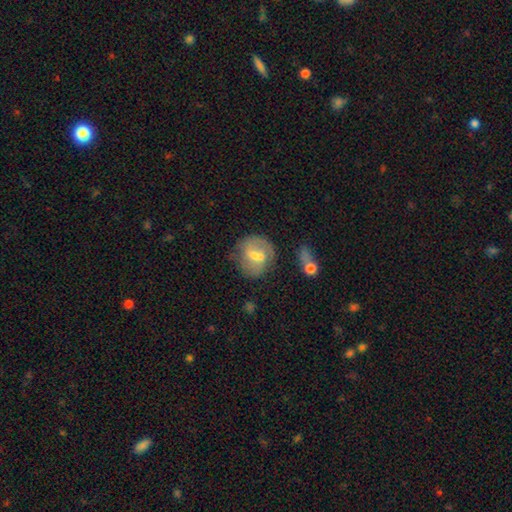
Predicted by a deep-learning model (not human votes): smooth 47%, featured or disk 46%, star or artifact 8%. Down the decision tree: merging — none (50%).